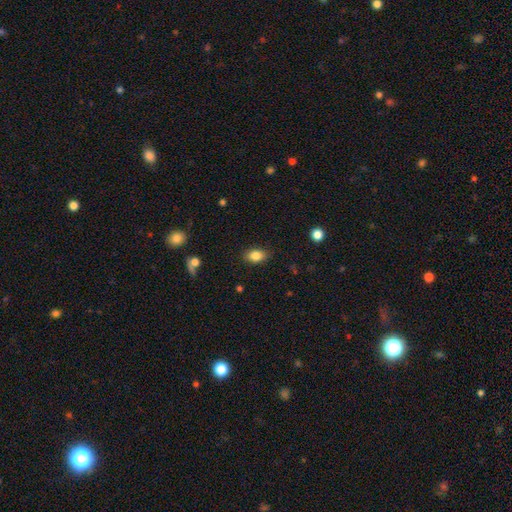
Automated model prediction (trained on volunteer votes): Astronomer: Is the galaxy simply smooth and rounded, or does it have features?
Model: smooth — 84%.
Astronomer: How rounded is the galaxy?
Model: in between — 83%.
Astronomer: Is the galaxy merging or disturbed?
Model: none — 86%.